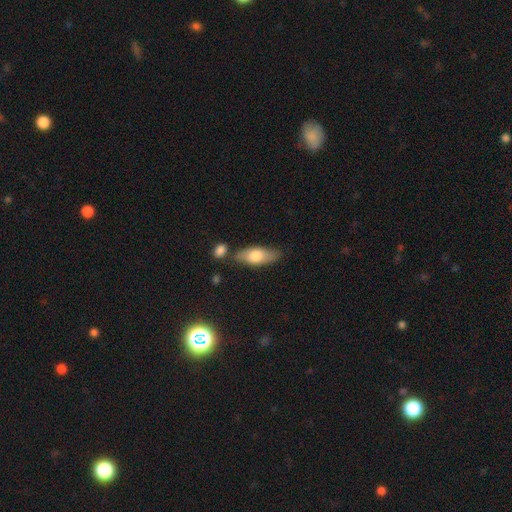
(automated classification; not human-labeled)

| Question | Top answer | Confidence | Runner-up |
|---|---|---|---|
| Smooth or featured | smooth | 70% | featured or disk (24%) |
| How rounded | in between | 72% | cigar-shaped (25%) |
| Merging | none | 73% | minor disturbance (15%) |